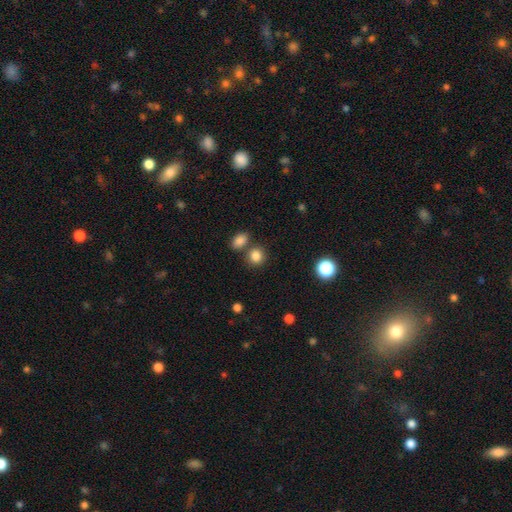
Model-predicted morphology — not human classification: This appears to be a smooth galaxy with no disk features (84%) that is round (78%). Merging: none (70%).